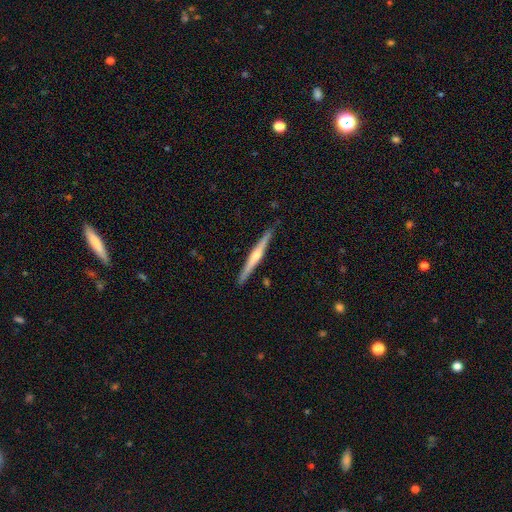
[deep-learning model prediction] This is likely a featured or disk galaxy (73%). It is clearly viewed edge-on (98%). Edge-on bulge: likely rounded (79%). Merging: clearly none (90%).